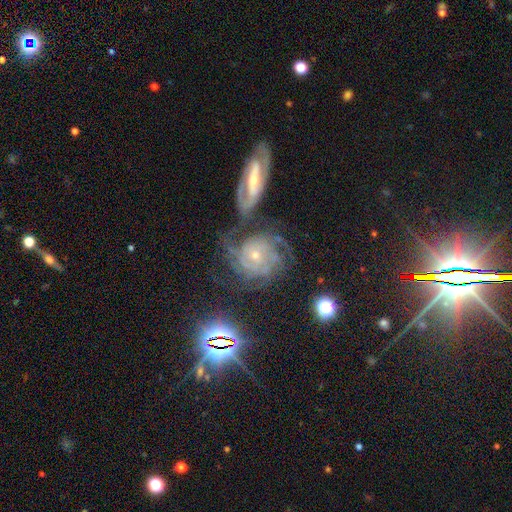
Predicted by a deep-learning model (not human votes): This appears to be a featured or disk galaxy (81%) with no bar (73%), tight (65%) spiral arms (94%) and a small central bulge (67%). Merging: none (44%).